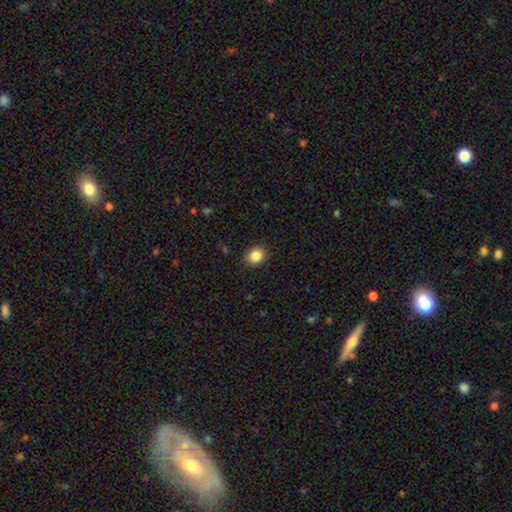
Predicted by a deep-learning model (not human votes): Smooth or featured? smooth (86%)
How rounded? round (63%)
Merging? none (90%)